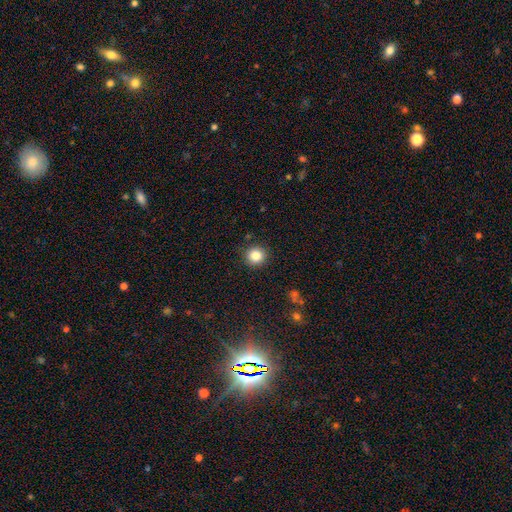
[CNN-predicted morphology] This is clearly a smooth galaxy (83%). How rounded: clearly round (93%). Merging: clearly none (90%).